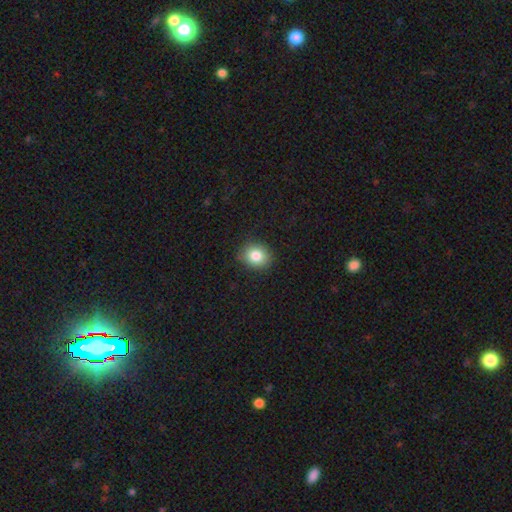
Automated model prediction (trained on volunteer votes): Smooth or featured: smooth — 83% (star or artifact — 10%)
How rounded: round — 69% (in between — 30%)
Merging: none — 87% (minor disturbance — 10%)